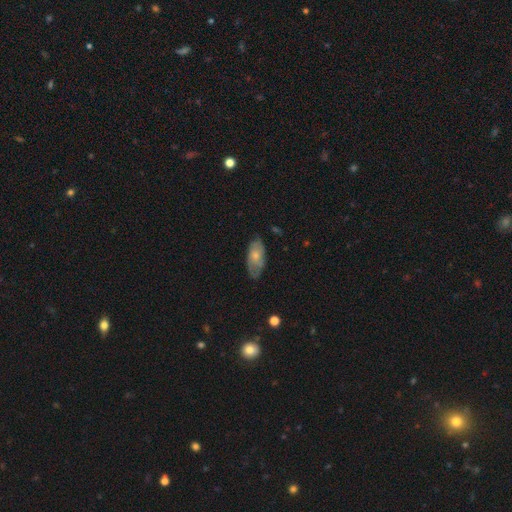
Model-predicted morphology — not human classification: A smooth galaxy with no disk features (58%) that is in between round and cigar-shaped (90%). Merging: none (63%).